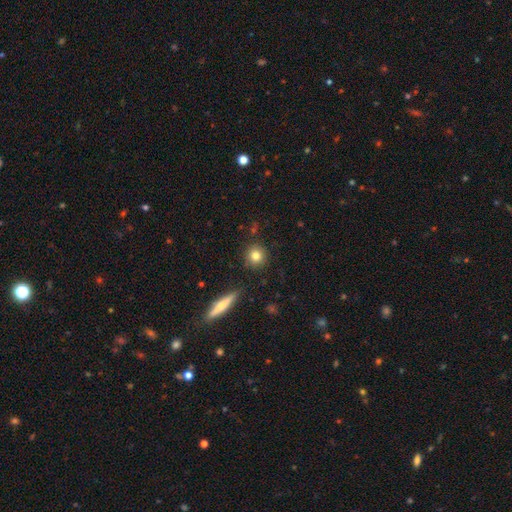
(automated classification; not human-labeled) The model was most divided on "smooth or featured": smooth: 80%, featured or disk: 11%, star or artifact: 10%. More confident: how rounded — round (91%); merging — none (89%).